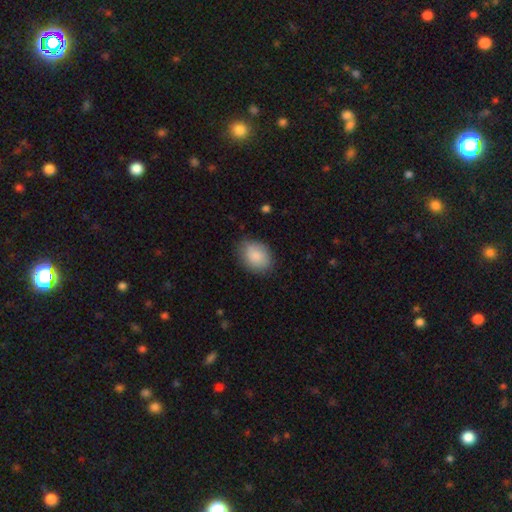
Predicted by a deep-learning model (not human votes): smooth 87%, featured or disk 7%, star or artifact 6%. Down the decision tree: how rounded — in between (70%); merging — none (81%).